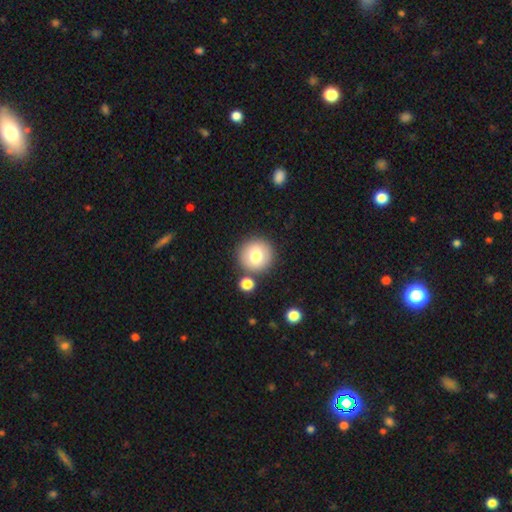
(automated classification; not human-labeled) smooth_or_featured: smooth (p=0.77) [alt: featured or disk p=0.13]
how_rounded: round (p=0.95) [alt: in between p=0.04]
merging: none (p=0.81) [alt: merger p=0.08]